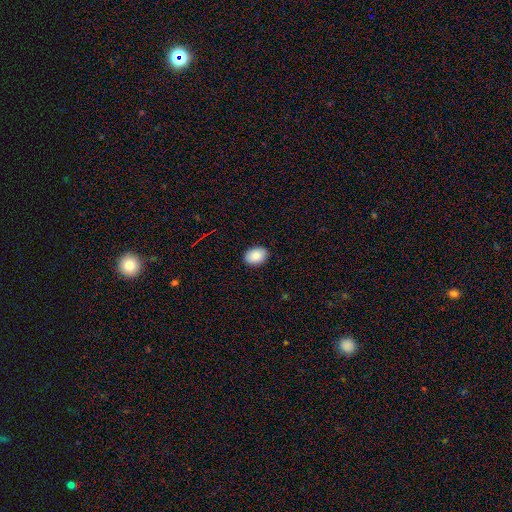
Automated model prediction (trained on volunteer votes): Smooth or featured? Predicted: smooth (p=0.88). How rounded? Predicted: in between (p=0.78). Merging? Predicted: none (p=0.89).